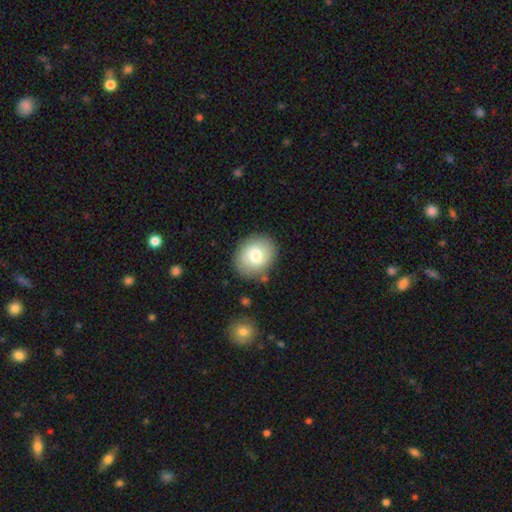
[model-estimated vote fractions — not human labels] smooth_or_featured: smooth (p=0.74) [alt: featured or disk p=0.18]
how_rounded: round (p=0.54) [alt: in between p=0.45]
merging: none (p=0.83) [alt: minor disturbance p=0.12]